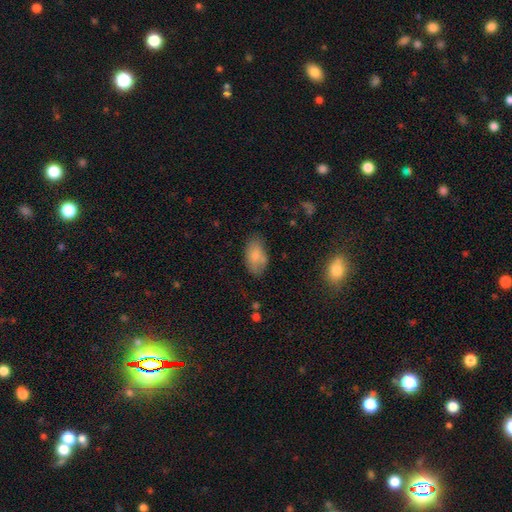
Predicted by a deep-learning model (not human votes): A smooth galaxy with no disk features (79%) that is in between round and cigar-shaped (93%).

Vote fractions:
- Smooth or featured? smooth: 79% / featured or disk: 13% / star or artifact: 8%
- How rounded? in between: 93% / round: 5% / cigar-shaped: 2%
- Merging? none: 64% / minor disturbance: 25% / major disturbance: 7% / merger: 4%